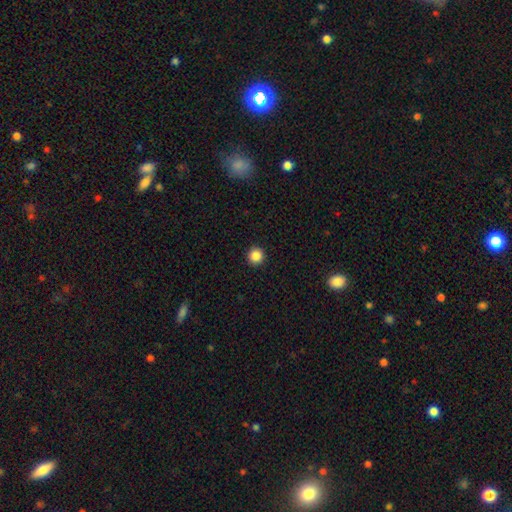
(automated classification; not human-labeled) This appears to be a smooth galaxy with no disk features (87%) that is round (96%). Merging: none (93%).